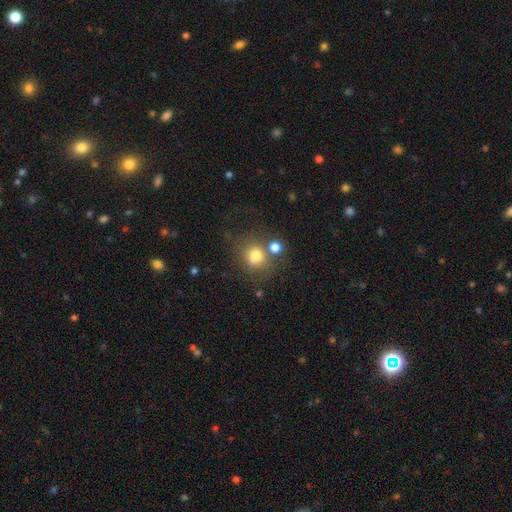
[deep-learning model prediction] Smooth or featured? Predicted: smooth (p=0.73). How rounded? Predicted: round (p=0.79). Merging? Predicted: none (p=0.53).